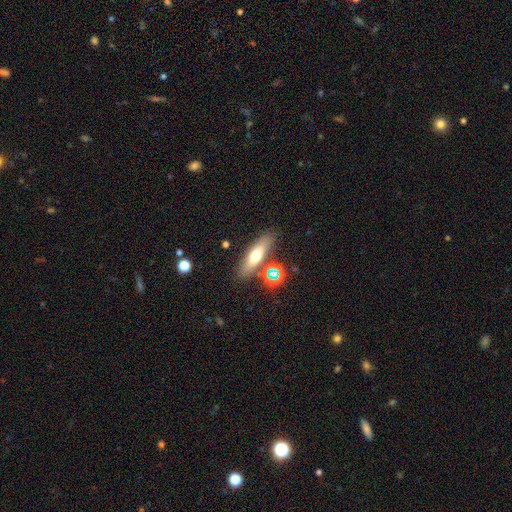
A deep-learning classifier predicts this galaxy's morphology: smooth 55%, featured or disk 34%, star or artifact 11%. Down the decision tree: how rounded — cigar-shaped (53%); merging — none (80%).